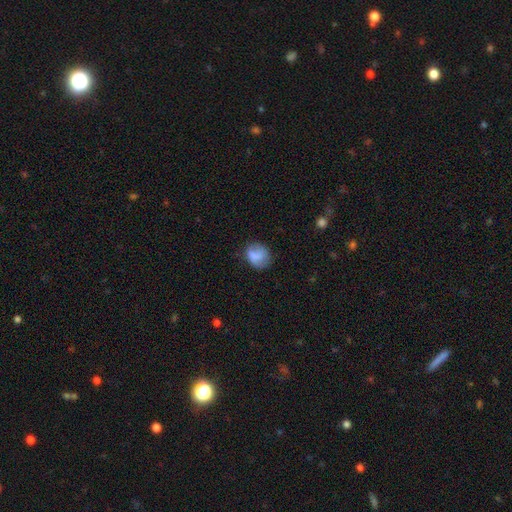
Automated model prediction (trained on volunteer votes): A smooth galaxy with no disk features (74%) that is round (63%).

Vote fractions:
- Smooth or featured? smooth: 74% / featured or disk: 18% / star or artifact: 8%
- How rounded? round: 63% / in between: 36% / cigar-shaped: 1%
- Merging? none: 61% / minor disturbance: 26% / major disturbance: 11% / merger: 2%